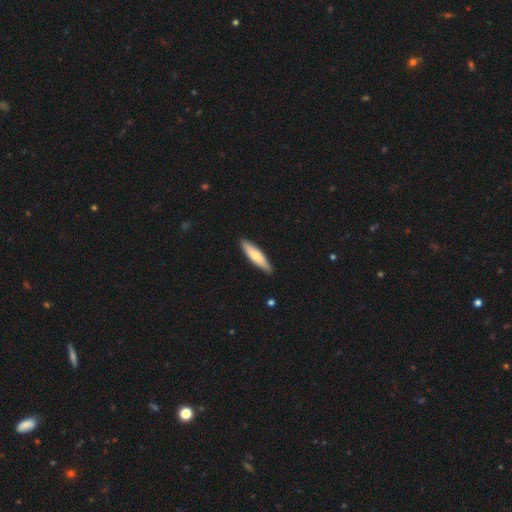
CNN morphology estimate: Q: Smooth or featured?
A: smooth (67%); runner-up: featured or disk (28%)
Q: How rounded?
A: cigar-shaped (72%); runner-up: in between (27%)
Q: Merging?
A: none (88%); runner-up: minor disturbance (9%)